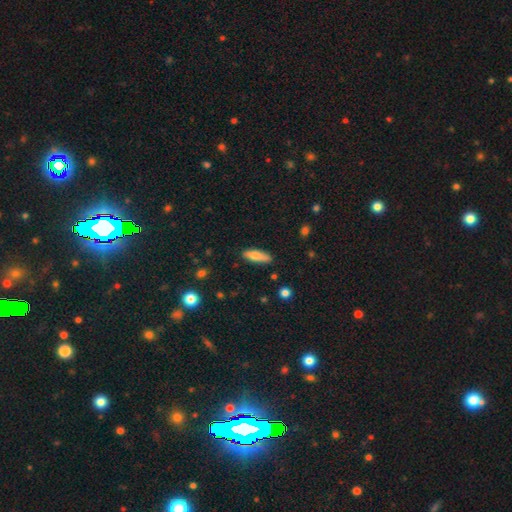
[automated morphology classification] A smooth galaxy with no disk features (77%) that is in between round and cigar-shaped (50%).

Vote fractions:
- Smooth or featured? smooth: 77% / featured or disk: 16% / star or artifact: 6%
- How rounded? in between: 50% / cigar-shaped: 47% / round: 2%
- Merging? none: 85% / minor disturbance: 12% / major disturbance: 2% / merger: 2%